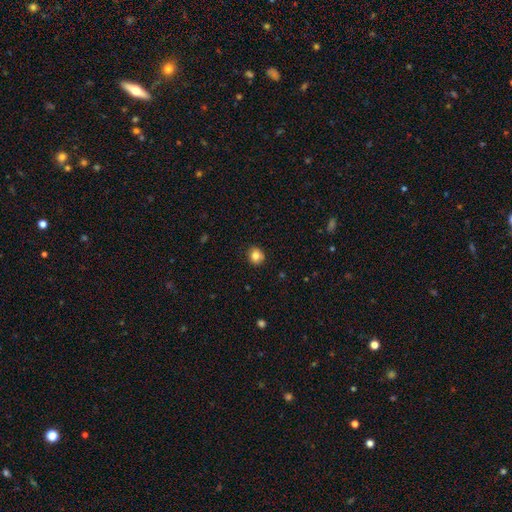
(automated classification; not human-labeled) smooth 82%, star or artifact 10%, featured or disk 8%. Down the decision tree: how rounded — round (79%); merging — none (87%).